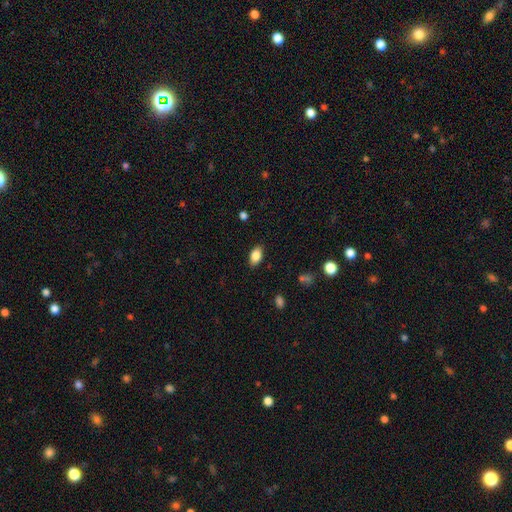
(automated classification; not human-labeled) Smooth or featured? smooth (85%)
How rounded? in between (91%)
Merging? none (86%)